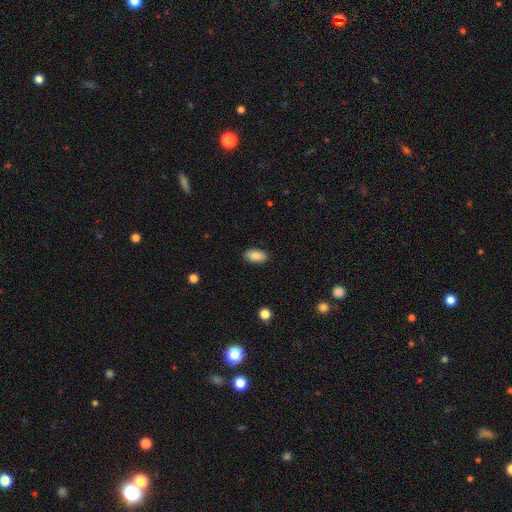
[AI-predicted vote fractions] Smooth or featured? smooth (88%)
How rounded? in between (94%)
Merging? none (89%)